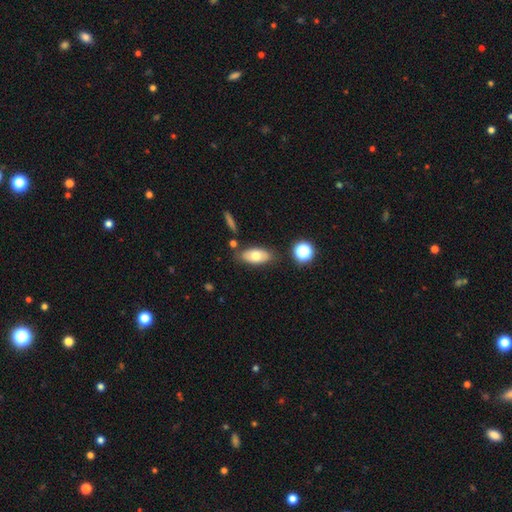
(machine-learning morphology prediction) A smooth galaxy with no disk features (70%) that is in between round and cigar-shaped (89%). Merging: none (77%).